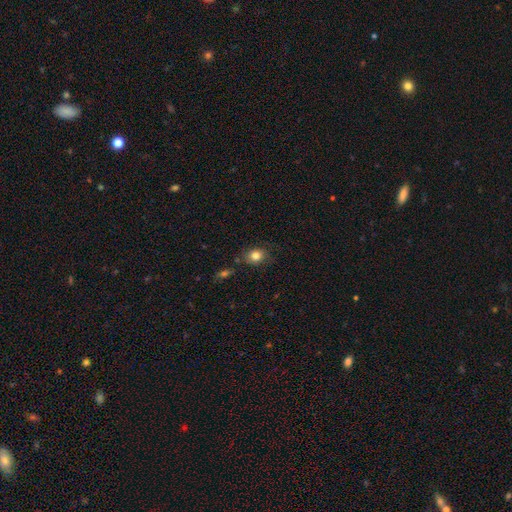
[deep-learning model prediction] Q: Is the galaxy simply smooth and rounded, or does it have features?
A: smooth — 82%.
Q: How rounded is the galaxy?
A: round — 53%.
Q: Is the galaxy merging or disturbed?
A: none — 75%.